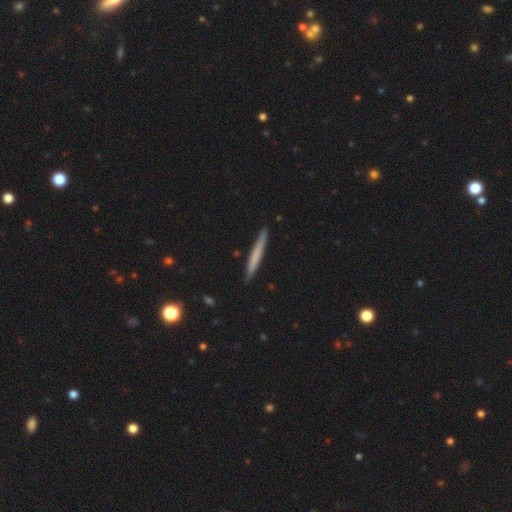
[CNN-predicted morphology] This appears to be a smooth galaxy with no disk features (63%) that is cigar-shaped (97%). Merging: none (90%).